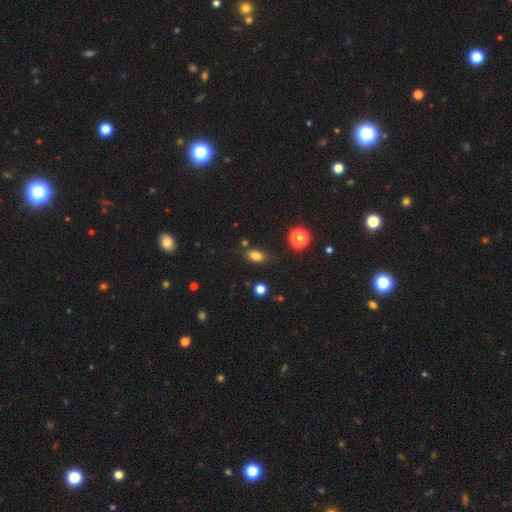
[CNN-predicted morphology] Smooth or featured?
  - smooth: 79% *
  - star or artifact: 13%
  - featured or disk: 8%
How rounded?
  - in between: 81% *
  - round: 15%
  - cigar-shaped: 5%
Merging?
  - none: 79% *
  - minor disturbance: 13%
  - merger: 4%
  - major disturbance: 3%